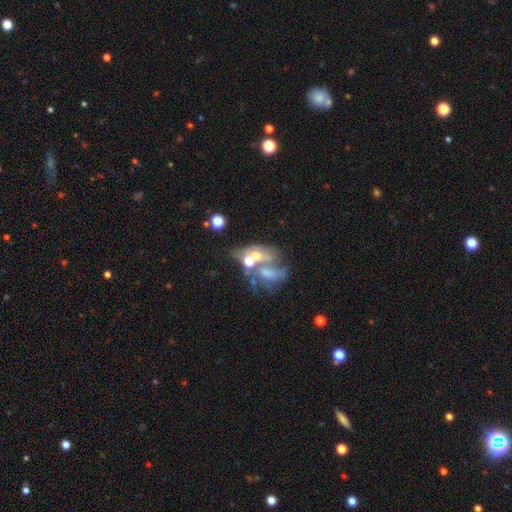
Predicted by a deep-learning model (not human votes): Overall: featured or disk (52%; smooth 29%). Edge-on disk: no (92%). Merging: merger (51%; none 21%).